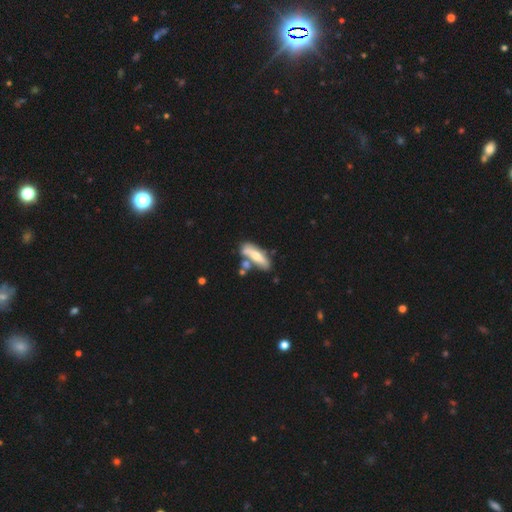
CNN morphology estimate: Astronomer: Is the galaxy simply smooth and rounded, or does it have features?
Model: smooth — 54% (runner-up: featured or disk, 40%).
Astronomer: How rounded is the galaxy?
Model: cigar-shaped — 52% (runner-up: in between, 45%).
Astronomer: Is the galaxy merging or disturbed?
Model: none — 52%.